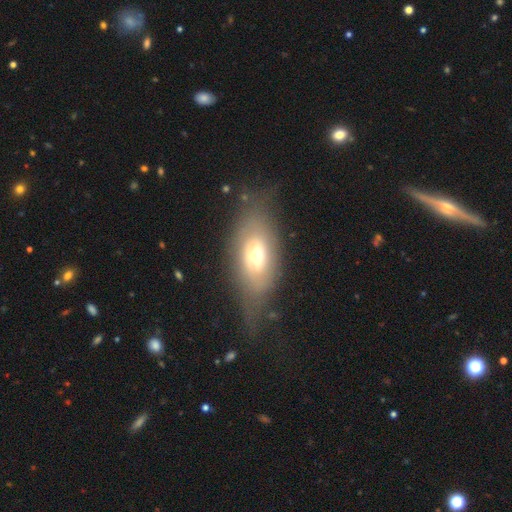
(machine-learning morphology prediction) This is possibly a smooth galaxy (52%). How rounded: clearly in between (84%). Merging: possibly none (54%).